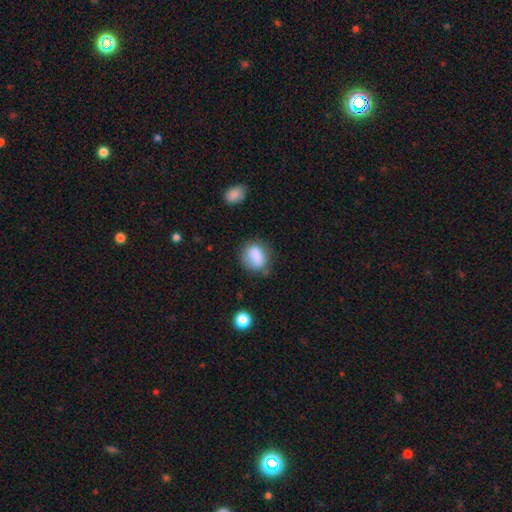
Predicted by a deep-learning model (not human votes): Morphology: type=smooth (83%); roundness=in between (58%); merging=none (61%).